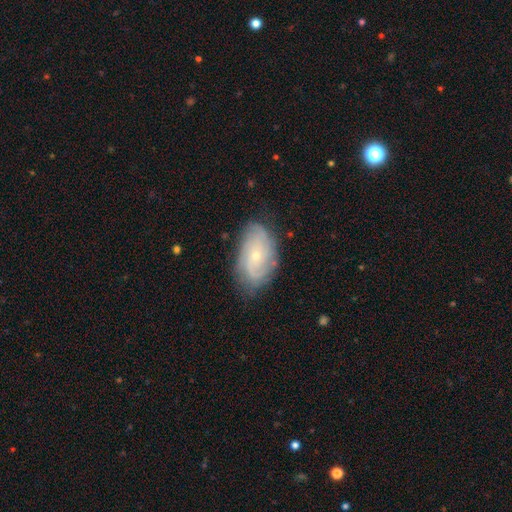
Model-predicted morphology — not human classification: Smooth or featured? featured or disk (70%)
Edge-on disk? no (95%)
Bar? no (77%)
Spiral arms? yes (88%)
Spiral winding? tight (57%)
Spiral arm count? can't tell (44%)
Bulge size? small (74%)
Merging? none (75%)